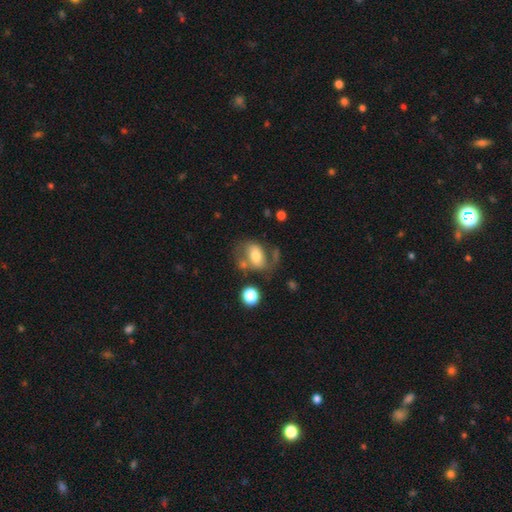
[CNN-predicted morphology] Smooth or featured?
  - smooth: 52% *
  - featured or disk: 40%
  - star or artifact: 9%
How rounded?
  - in between: 76% *
  - round: 22%
  - cigar-shaped: 2%
Merging?
  - none: 46% *
  - minor disturbance: 20%
  - major disturbance: 19%
  - merger: 14%